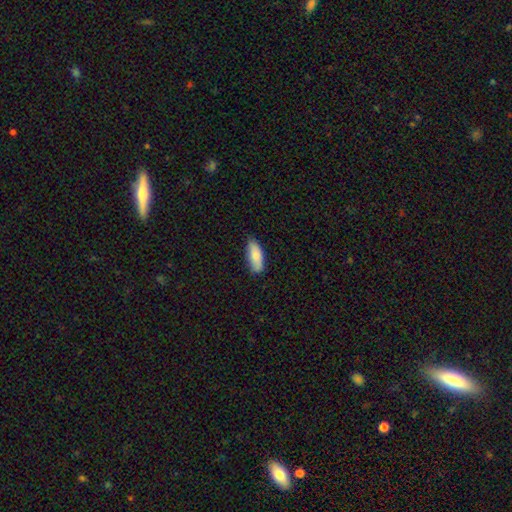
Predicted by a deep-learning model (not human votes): Smooth or featured? Predicted: smooth (p=0.82). How rounded? Predicted: in between (p=0.78). Merging? Predicted: none (p=0.76).